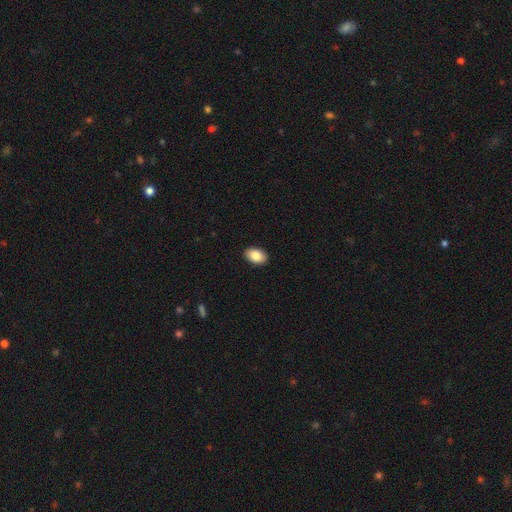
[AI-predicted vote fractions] smooth 85%, featured or disk 7%, star or artifact 7%. Down the decision tree: how rounded — in between (89%); merging — none (91%).